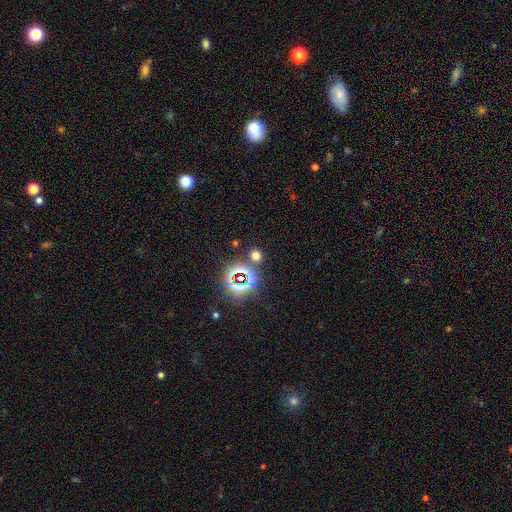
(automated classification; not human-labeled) A smooth galaxy with no disk features (56%) that is round (81%). Merging: none (80%).